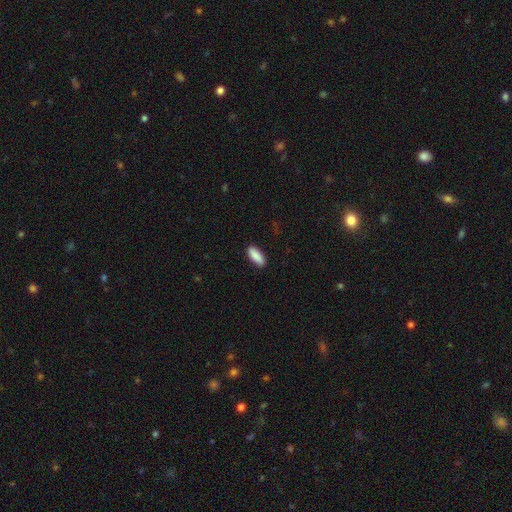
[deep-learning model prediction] A smooth galaxy with no disk features (89%) that is in between round and cigar-shaped (72%). Merging: none (89%).